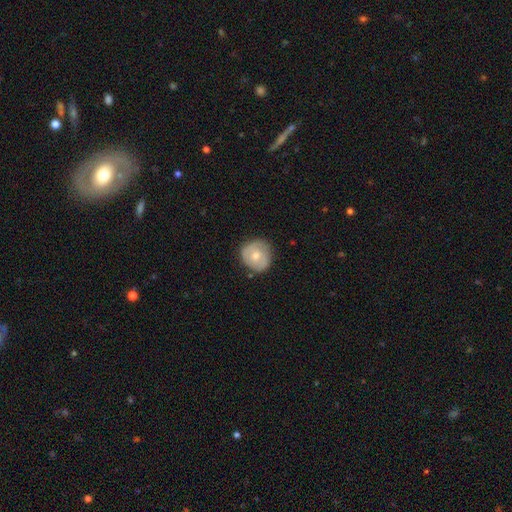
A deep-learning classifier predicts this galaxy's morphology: Smooth or featured? smooth (59%)
How rounded? round (88%)
Merging? none (76%)